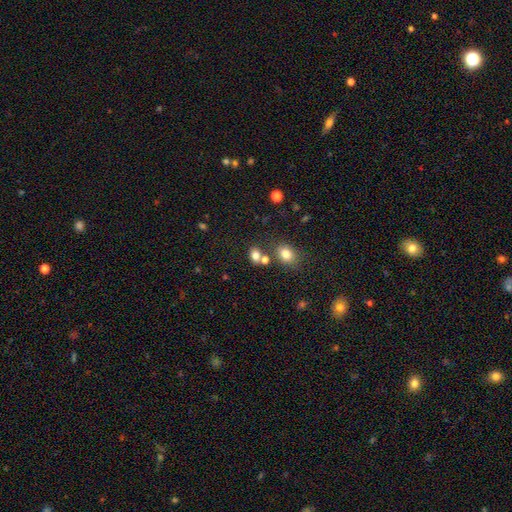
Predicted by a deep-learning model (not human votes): smooth 77%, star or artifact 14%, featured or disk 9%. Down the decision tree: how rounded — in between (65%); merging — none (55%).